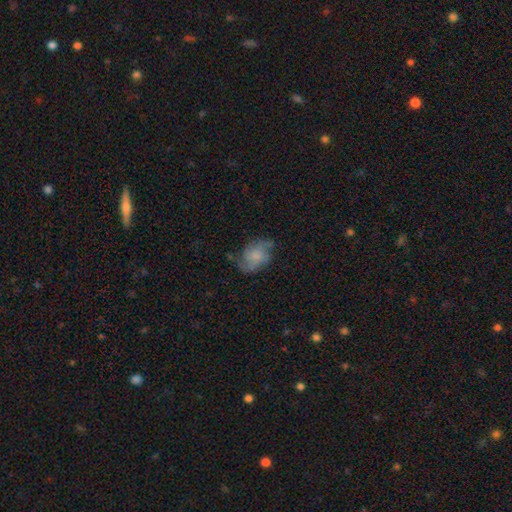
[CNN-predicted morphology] featured or disk 49%, smooth 42%, star or artifact 9%. Down the decision tree: merging — none (60%).